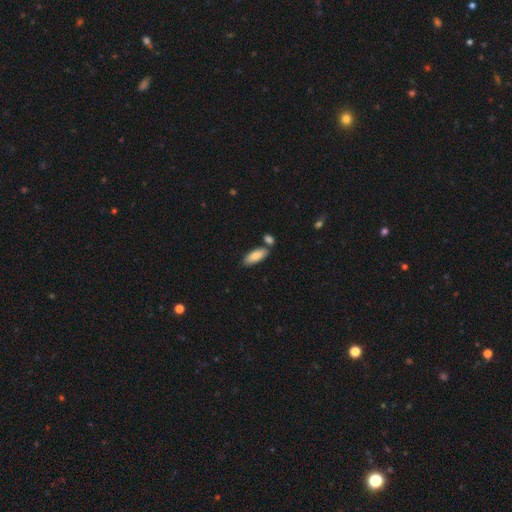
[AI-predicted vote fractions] smooth-or-featured: smooth: 84% | featured or disk: 10% | star or artifact: 6%
  how-rounded: in between: 78% | cigar-shaped: 20% | round: 2%
  merging: none: 72% | merger: 14% | minor disturbance: 12% | major disturbance: 3%